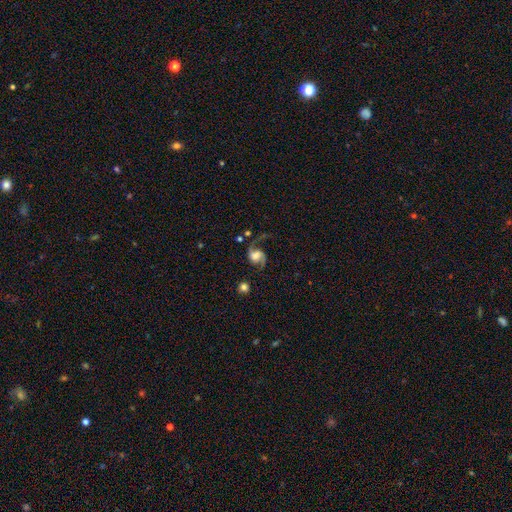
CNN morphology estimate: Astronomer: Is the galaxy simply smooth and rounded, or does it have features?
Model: featured or disk — 81%.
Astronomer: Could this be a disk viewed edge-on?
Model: no — 98%.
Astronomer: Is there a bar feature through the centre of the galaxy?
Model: no — 55% (runner-up: weak, 35%).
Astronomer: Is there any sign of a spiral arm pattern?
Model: yes — 96%.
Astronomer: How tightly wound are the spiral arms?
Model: loose — 59%.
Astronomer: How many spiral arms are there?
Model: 2 — 87%.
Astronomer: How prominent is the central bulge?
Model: moderate — 37% (runner-up: large, 36%).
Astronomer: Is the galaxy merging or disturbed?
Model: none — 60%.